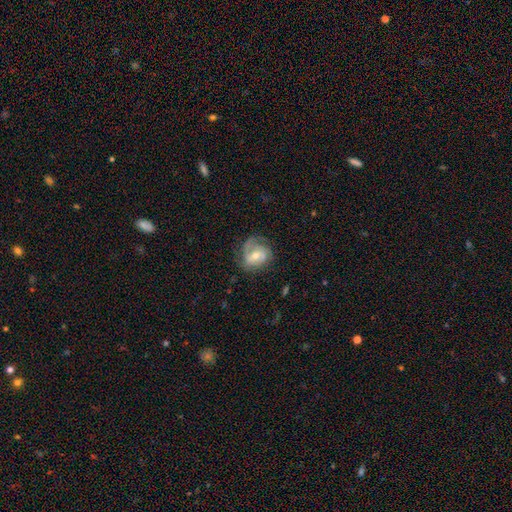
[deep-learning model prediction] Smooth or featured: featured or disk — 70% (smooth — 23%)
Edge-on disk: no — 97% (yes — 3%)
Bar: no — 52% (weak — 36%)
Spiral arms: yes — 88% (no — 12%)
Spiral winding: tight — 43% (medium — 38%)
Spiral arm count: 2 — 38% (can't tell — 22%)
Bulge size: moderate — 56% (small — 39%)
Merging: none — 60% (minor disturbance — 23%)